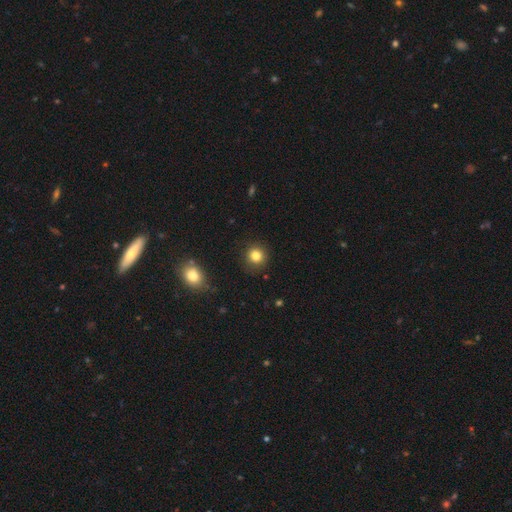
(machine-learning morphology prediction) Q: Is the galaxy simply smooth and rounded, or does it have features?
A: smooth — 83%.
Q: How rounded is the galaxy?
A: round — 90%.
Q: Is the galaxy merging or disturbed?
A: none — 88%.